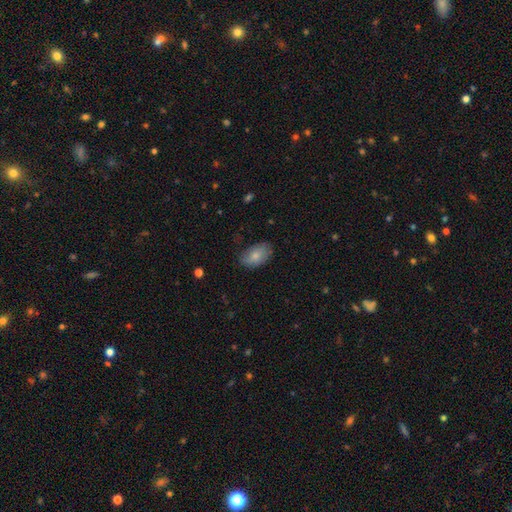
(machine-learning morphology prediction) The model was most divided on "merging": none: 71%, minor disturbance: 23%, major disturbance: 5%, merger: 1%. More confident: how rounded — in between (92%); smooth or featured — smooth (78%).